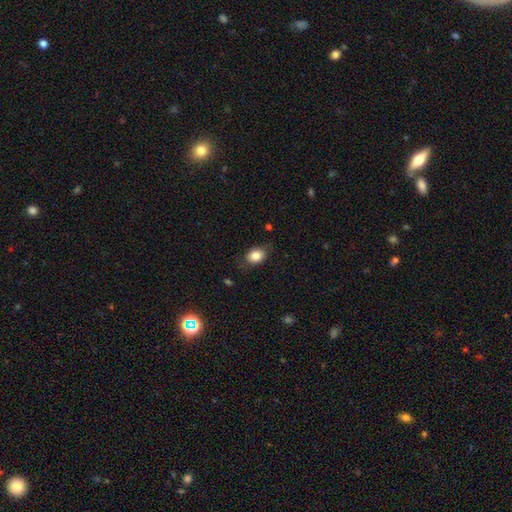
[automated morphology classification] The model was most divided on "how rounded": in between: 65%, round: 34%, cigar-shaped: 1%. More confident: smooth or featured — smooth (82%); merging — none (73%).